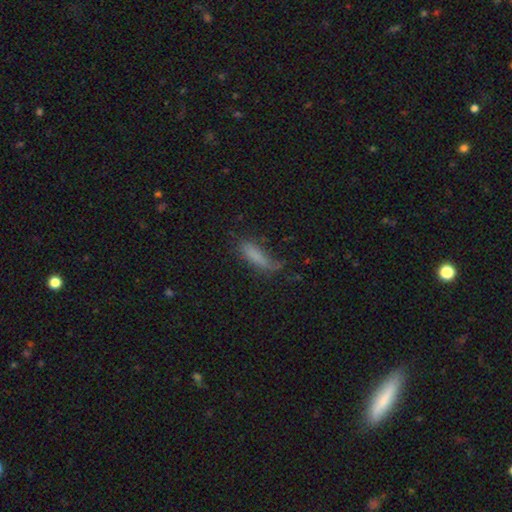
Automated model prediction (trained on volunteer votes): A smooth galaxy with no disk features (78%) that is cigar-shaped (62%).

Vote fractions:
- Smooth or featured? smooth: 78% / featured or disk: 13% / star or artifact: 9%
- How rounded? cigar-shaped: 62% / in between: 36% / round: 2%
- Merging? none: 49% / minor disturbance: 30% / major disturbance: 17% / merger: 4%